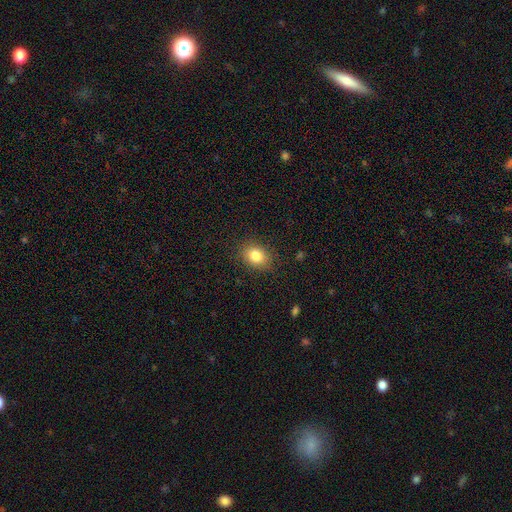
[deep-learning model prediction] Smooth or featured: smooth — 83% (star or artifact — 10%)
How rounded: in between — 57% (round — 42%)
Merging: none — 86% (minor disturbance — 10%)